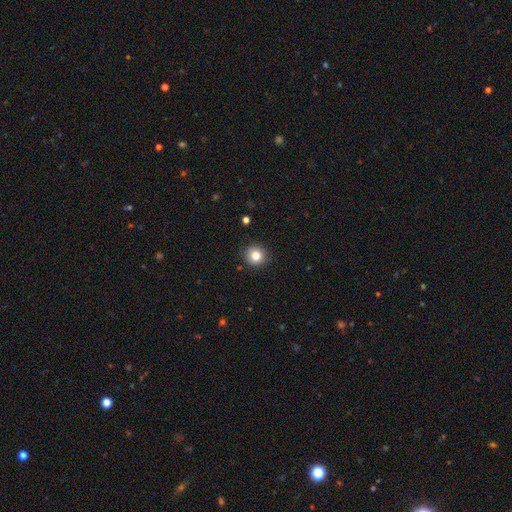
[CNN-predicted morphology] This is clearly a smooth galaxy (81%). How rounded: clearly round (90%). Merging: clearly none (90%).